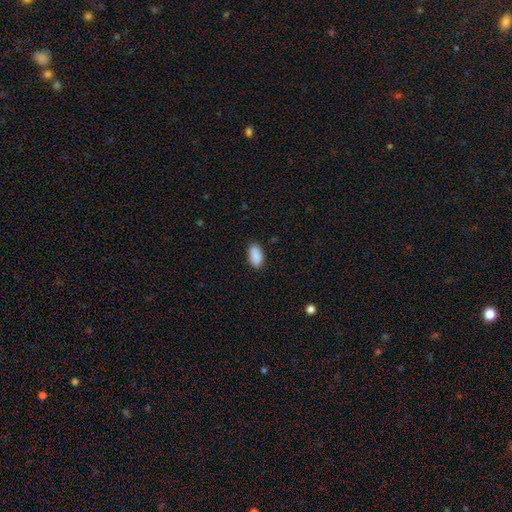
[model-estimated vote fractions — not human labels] Morphology: type=smooth (90%); roundness=in between (94%); merging=none (87%).